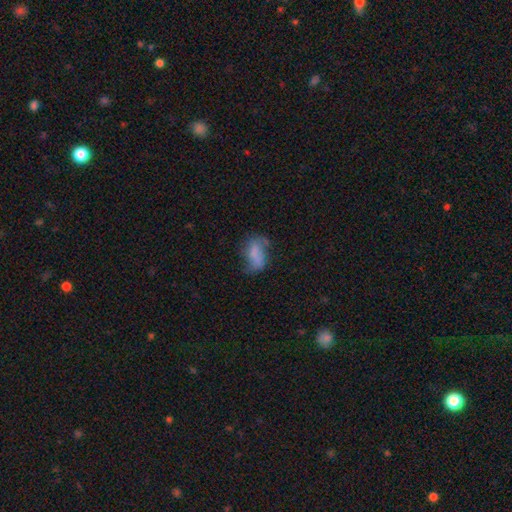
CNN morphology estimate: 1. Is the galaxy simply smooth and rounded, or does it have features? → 62% smooth, 27% featured or disk, 11% star or artifact.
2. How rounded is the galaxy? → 88% in between, 7% round, 4% cigar-shaped.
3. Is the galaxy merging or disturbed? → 38% none, 30% minor disturbance, 26% major disturbance, 6% merger.